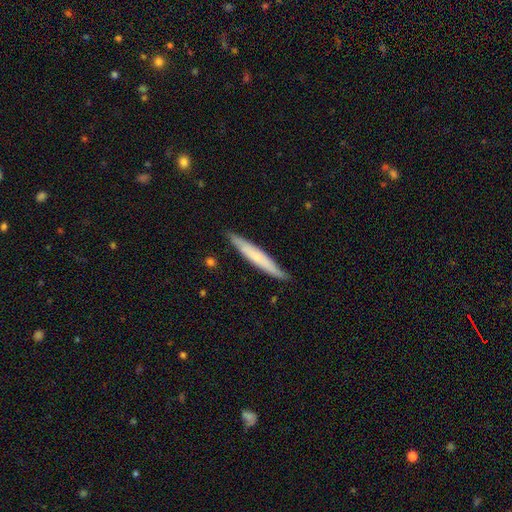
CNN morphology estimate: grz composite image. It shows a smooth galaxy with no disk features (56%) that is cigar-shaped (95%). Merging: none (87%).